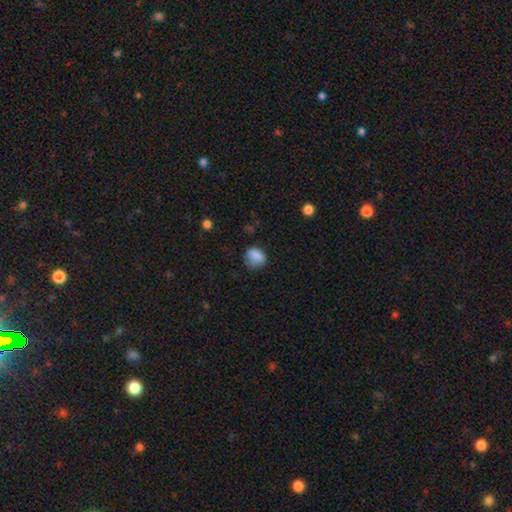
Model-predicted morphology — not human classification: smooth_or_featured: smooth (p=0.83) [alt: star or artifact p=0.10]
how_rounded: round (p=0.60) [alt: in between p=0.39]
merging: none (p=0.66) [alt: minor disturbance p=0.25]